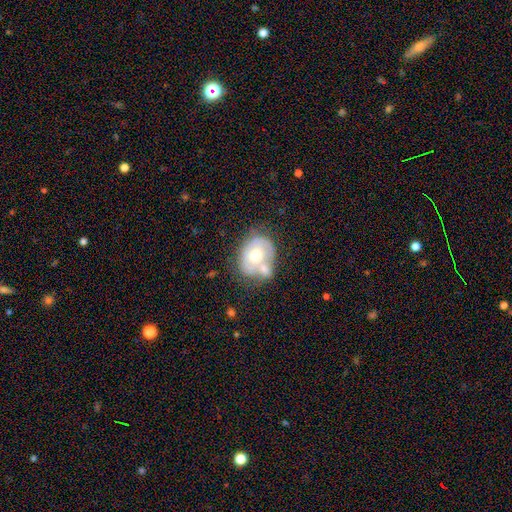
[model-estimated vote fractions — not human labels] Smooth or featured? Predicted: featured or disk (p=0.53). Edge-on disk? Predicted: no (p=0.96). Bar? Predicted: no (p=0.81). Spiral arms? Predicted: no (p=0.59). Bulge size? Predicted: moderate (p=0.74). Merging? Predicted: merger (p=0.41).